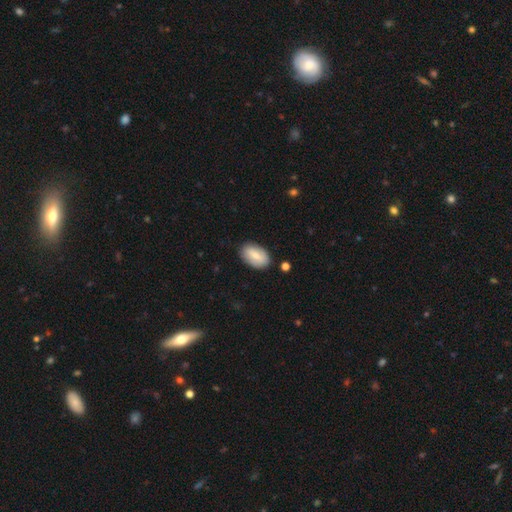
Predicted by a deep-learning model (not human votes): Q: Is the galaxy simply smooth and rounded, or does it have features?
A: smooth — 72%.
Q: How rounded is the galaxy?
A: in between — 93%.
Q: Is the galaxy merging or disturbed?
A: none — 83%.